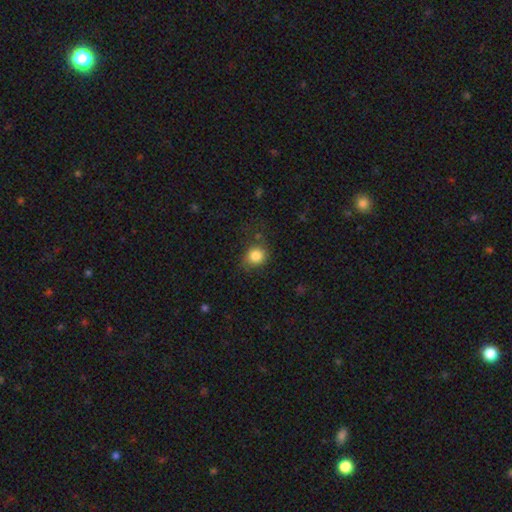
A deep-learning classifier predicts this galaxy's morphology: A smooth galaxy with no disk features (84%) that is round (71%). Merging: none (67%).